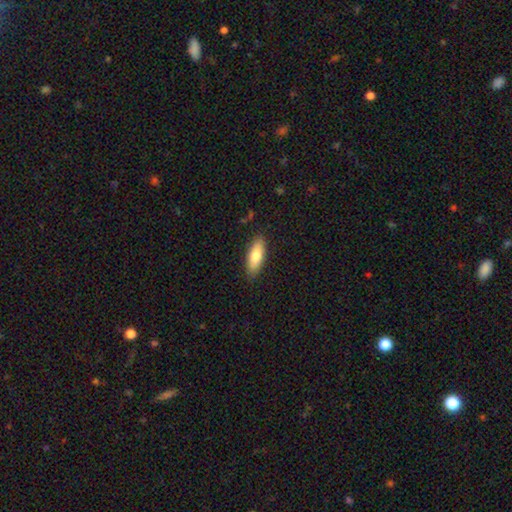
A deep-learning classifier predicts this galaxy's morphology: smooth_or_featured: smooth (p=0.75) [alt: featured or disk p=0.19]
how_rounded: in between (p=0.68) [alt: cigar-shaped p=0.30]
merging: none (p=0.87) [alt: minor disturbance p=0.10]